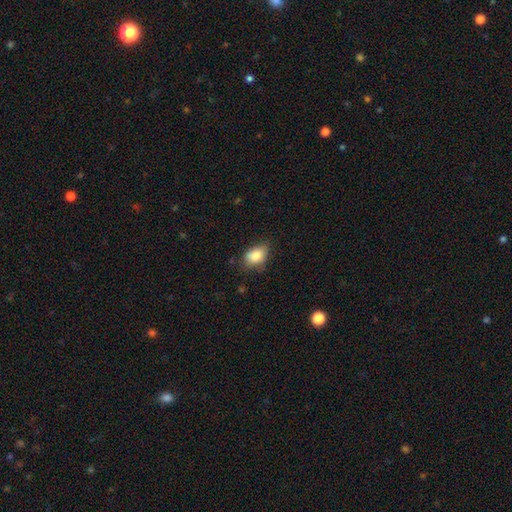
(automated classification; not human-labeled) Smooth or featured: smooth — 83% (featured or disk — 9%)
How rounded: in between — 79% (round — 19%)
Merging: none — 64% (minor disturbance — 28%)